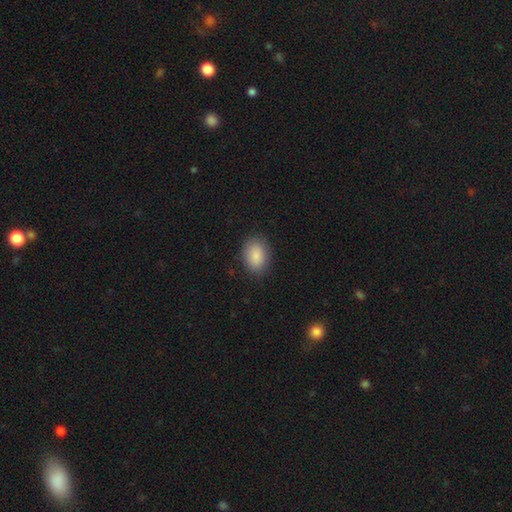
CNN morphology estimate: A smooth galaxy with no disk features (88%) that is in between round and cigar-shaped (77%). Merging: none (86%).